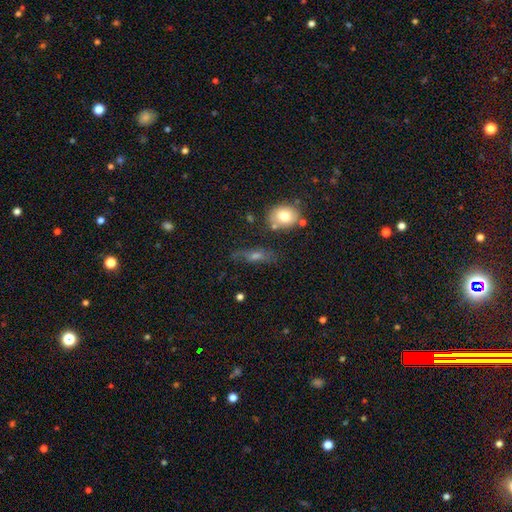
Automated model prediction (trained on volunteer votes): The model was most divided on "smooth or featured": smooth: 40%, featured or disk: 39%, star or artifact: 20%. More confident: merging — none (64%).